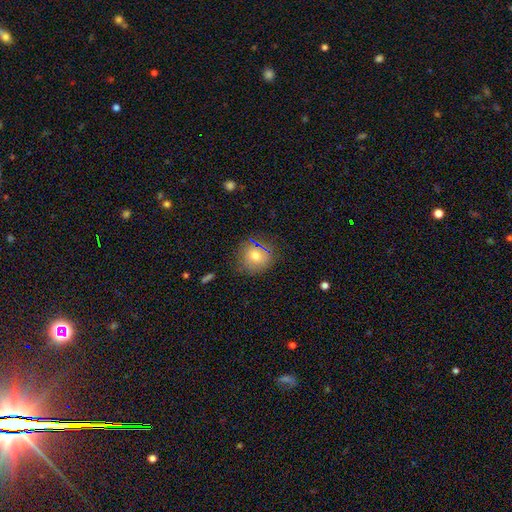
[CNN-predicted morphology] Smooth or featured? Predicted: smooth (p=0.72). How rounded? Predicted: round (p=0.86). Merging? Predicted: none (p=0.82).